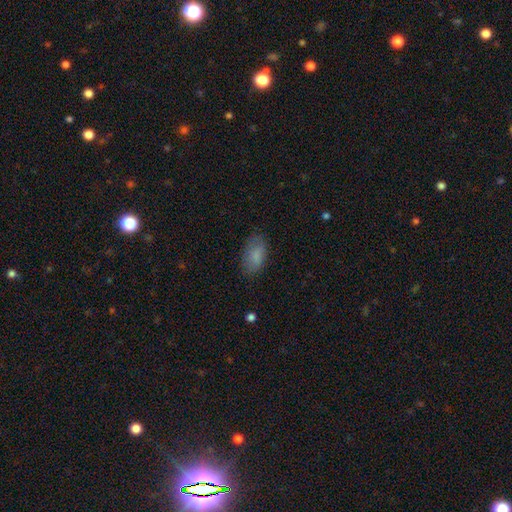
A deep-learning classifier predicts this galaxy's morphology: smooth-or-featured: smooth: 83% | featured or disk: 9% | star or artifact: 7%
  how-rounded: in between: 92% | cigar-shaped: 5% | round: 3%
  merging: none: 78% | minor disturbance: 17% | major disturbance: 5% | merger: 1%